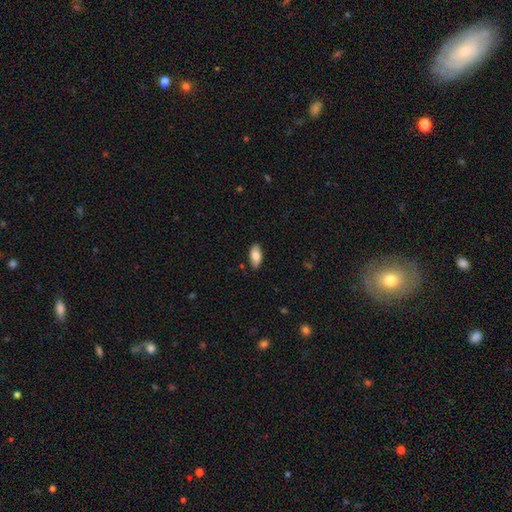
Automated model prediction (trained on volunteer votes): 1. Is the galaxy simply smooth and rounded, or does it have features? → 82% smooth, 11% featured or disk, 6% star or artifact.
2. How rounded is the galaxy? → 91% in between, 6% cigar-shaped, 3% round.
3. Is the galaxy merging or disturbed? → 85% none, 11% minor disturbance, 2% major disturbance, 1% merger.